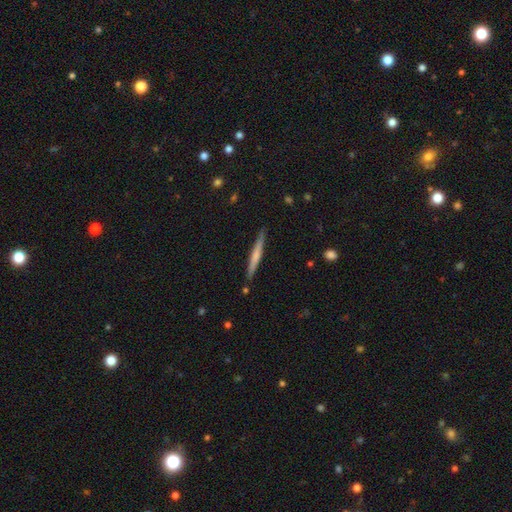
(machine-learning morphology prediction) This is possibly a smooth galaxy (51%). How rounded: clearly cigar-shaped (96%). Merging: clearly none (88%).